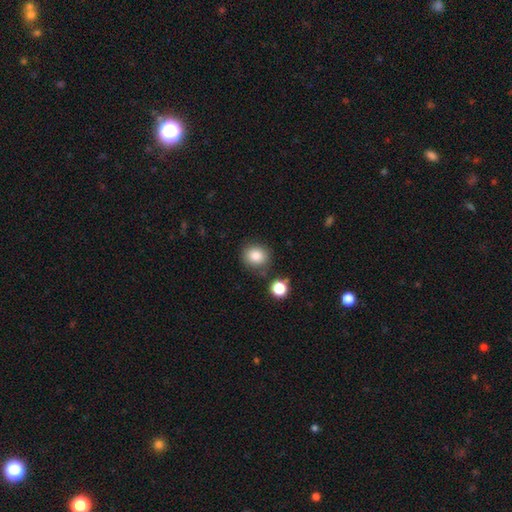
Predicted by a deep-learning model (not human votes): Morphology: type=smooth (84%); roundness=round (81%); merging=none (80%).